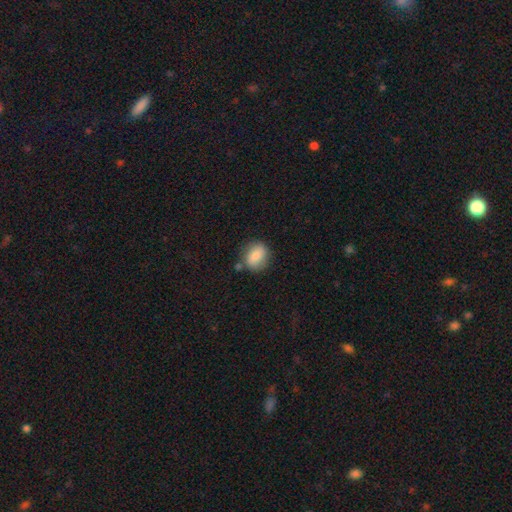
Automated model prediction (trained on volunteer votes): Smooth or featured? smooth (83%)
How rounded? in between (49%, tied with round)
Merging? none (73%)